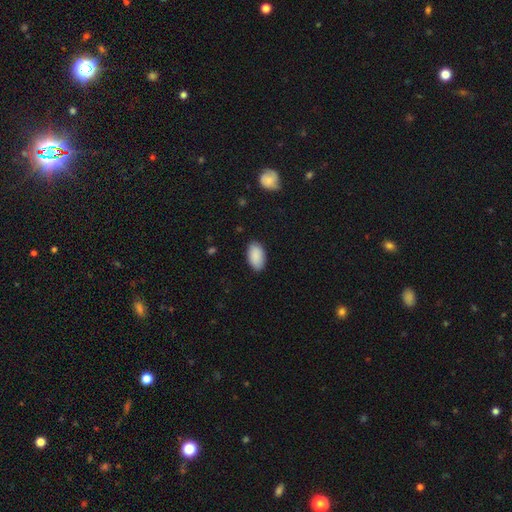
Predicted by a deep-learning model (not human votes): This is clearly a smooth galaxy (91%). How rounded: clearly in between (96%). Merging: clearly none (87%).